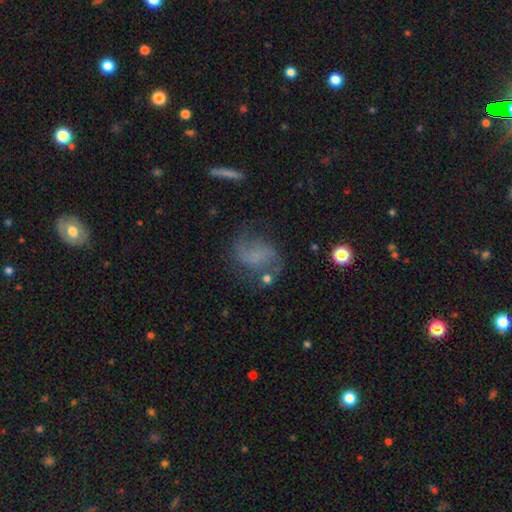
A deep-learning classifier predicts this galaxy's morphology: smooth-or-featured: featured or disk: 58% | smooth: 28% | star or artifact: 14%
  disk-edge-on: no: 97% | yes: 3%
    bar: no: 56% | weak: 33% | strong: 12%
    has-spiral-arms: yes: 83% | no: 17%
    bulge-size: none: 63% | small: 22% | moderate: 10% | large: 3% | dominant: 2%
  merging: none: 58% | minor disturbance: 21% | major disturbance: 16% | merger: 5%